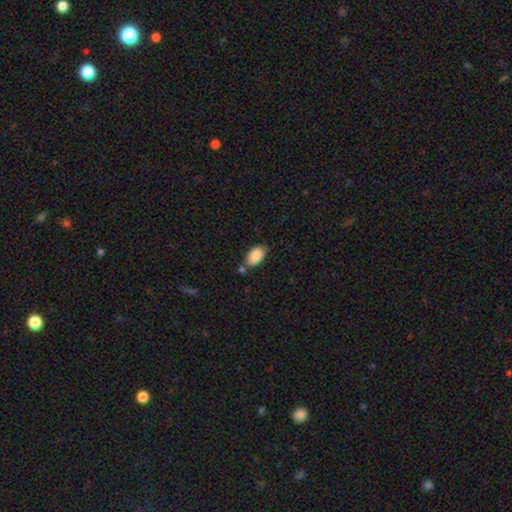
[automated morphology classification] smooth-or-featured: smooth: 88% | star or artifact: 7% | featured or disk: 6%
  how-rounded: in between: 93% | round: 5% | cigar-shaped: 1%
  merging: none: 70% | minor disturbance: 17% | merger: 10% | major disturbance: 4%